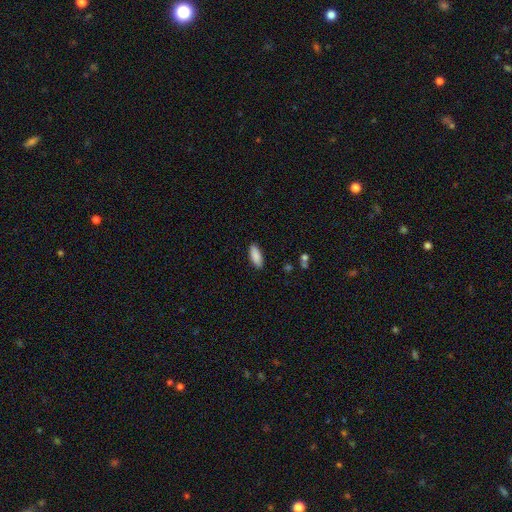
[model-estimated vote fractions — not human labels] This appears to be a smooth galaxy with no disk features (88%) that is in between round and cigar-shaped (75%). Merging: none (89%).